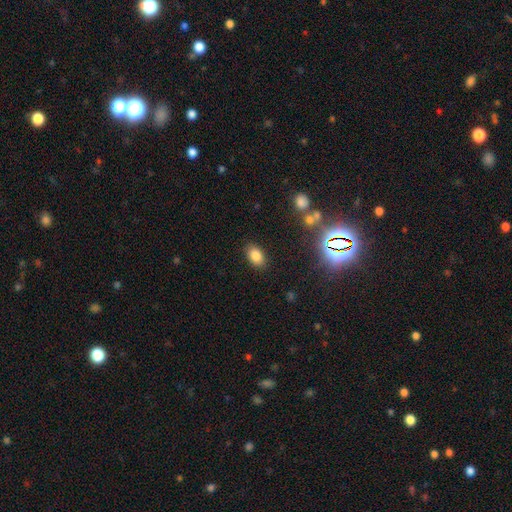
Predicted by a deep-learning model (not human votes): Smooth or featured: smooth — 81% (star or artifact — 12%)
How rounded: in between — 85% (round — 14%)
Merging: none — 86% (minor disturbance — 9%)